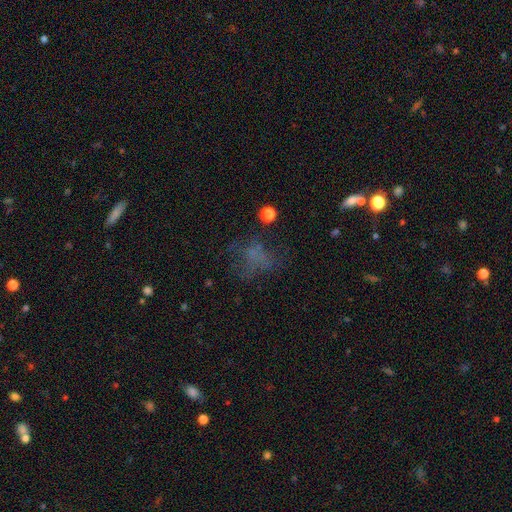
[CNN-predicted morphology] This is marginally a smooth galaxy (42%). Merging: possibly none (47%).